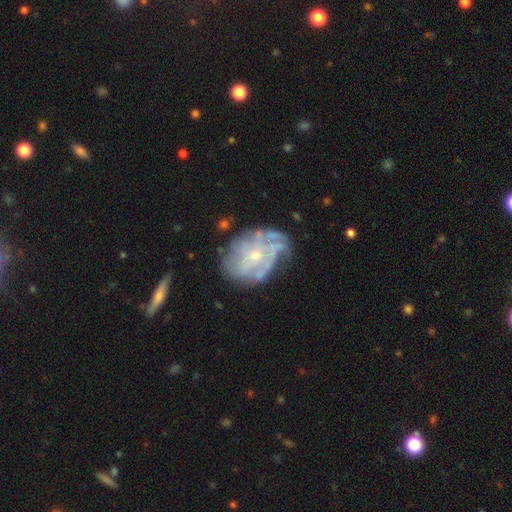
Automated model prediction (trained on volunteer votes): Smooth or featured: featured or disk — 78% (smooth — 14%)
Edge-on disk: no — 97% (yes — 3%)
Bar: no — 74% (weak — 22%)
Spiral arms: yes — 77% (no — 23%)
Spiral winding: tight — 53% (medium — 32%)
Spiral arm count: can't tell — 49% (4 — 16%)
Bulge size: small — 63% (moderate — 31%)
Merging: none — 56% (minor disturbance — 25%)